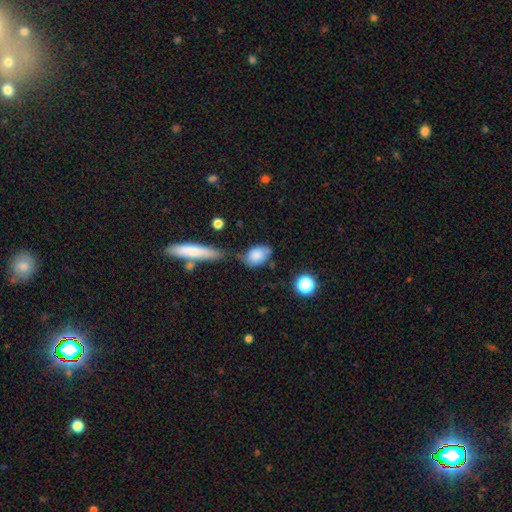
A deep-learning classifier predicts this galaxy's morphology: smooth_or_featured: smooth (p=0.79) [alt: featured or disk p=0.13]
how_rounded: in between (p=0.83) [alt: round p=0.14]
merging: none (p=0.46) [alt: minor disturbance p=0.29]